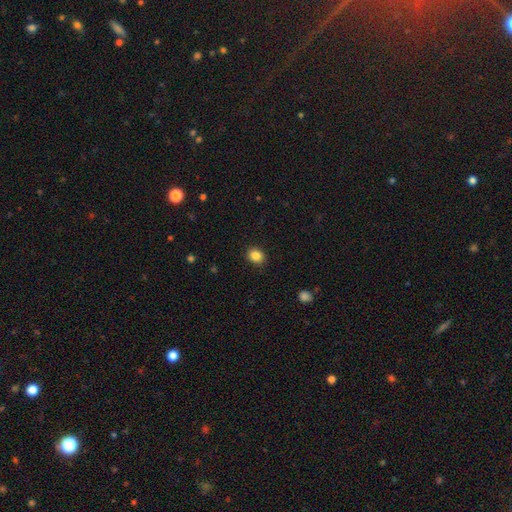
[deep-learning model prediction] Q: Smooth or featured?
A: smooth (85%); runner-up: star or artifact (10%)
Q: How rounded?
A: round (62%); runner-up: in between (38%)
Q: Merging?
A: none (89%); runner-up: minor disturbance (8%)